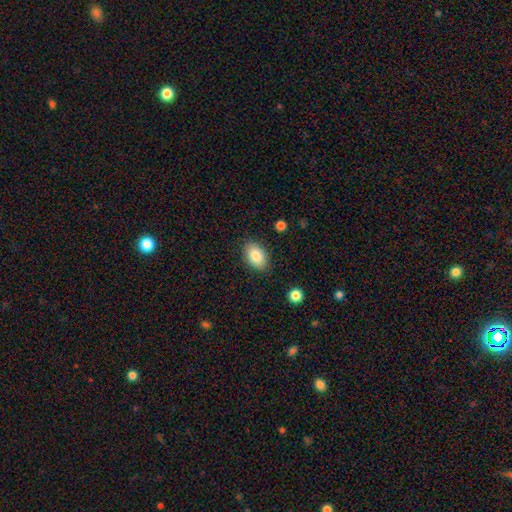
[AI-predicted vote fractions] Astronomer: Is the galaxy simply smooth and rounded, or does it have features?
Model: smooth — 84%.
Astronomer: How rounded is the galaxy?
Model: in between — 88%.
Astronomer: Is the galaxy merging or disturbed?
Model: none — 86%.